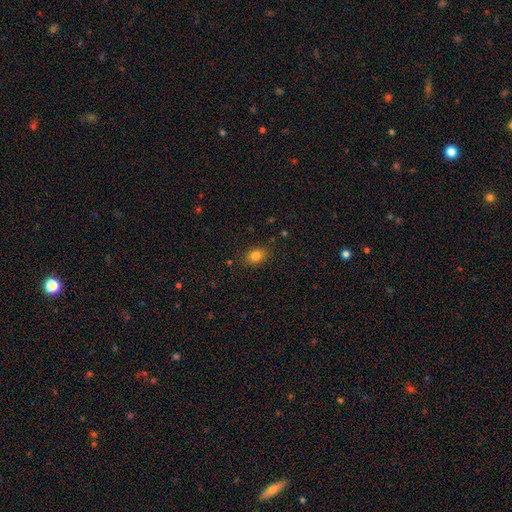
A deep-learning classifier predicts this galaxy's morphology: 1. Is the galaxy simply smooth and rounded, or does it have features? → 81% smooth, 12% star or artifact, 7% featured or disk.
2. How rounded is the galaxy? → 68% in between, 31% round, 1% cigar-shaped.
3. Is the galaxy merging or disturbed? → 85% none, 11% minor disturbance, 3% major disturbance, 1% merger.